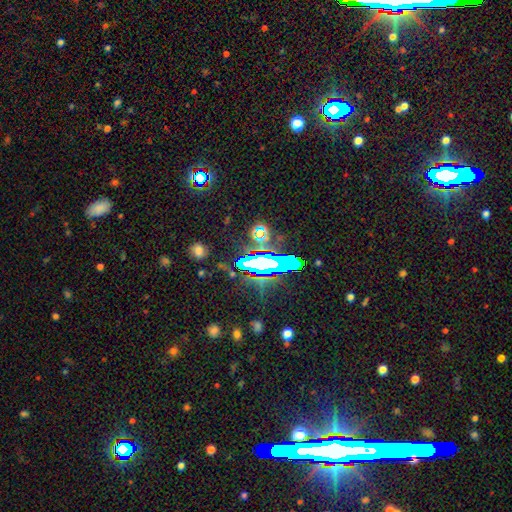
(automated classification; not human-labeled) Morphology: type=star or artifact (61%).